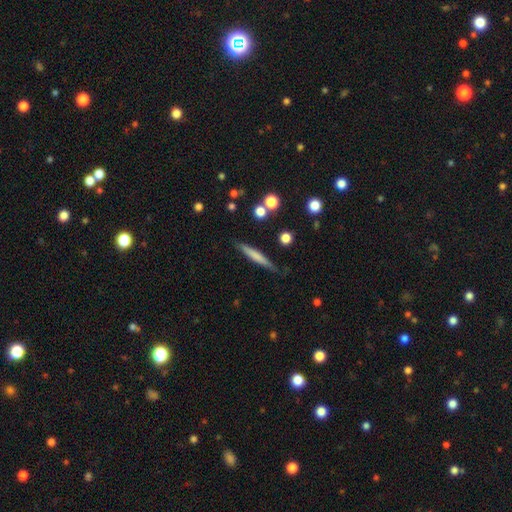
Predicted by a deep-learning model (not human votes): Smooth or featured? Predicted: smooth (p=0.64). How rounded? Predicted: cigar-shaped (p=0.93). Merging? Predicted: none (p=0.83).